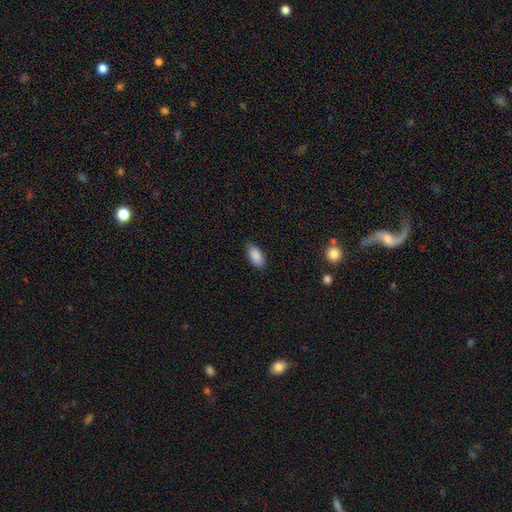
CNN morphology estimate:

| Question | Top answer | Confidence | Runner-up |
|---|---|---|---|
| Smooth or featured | smooth | 88% | star or artifact (7%) |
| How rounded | in between | 92% | cigar-shaped (5%) |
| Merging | none | 82% | minor disturbance (15%) |